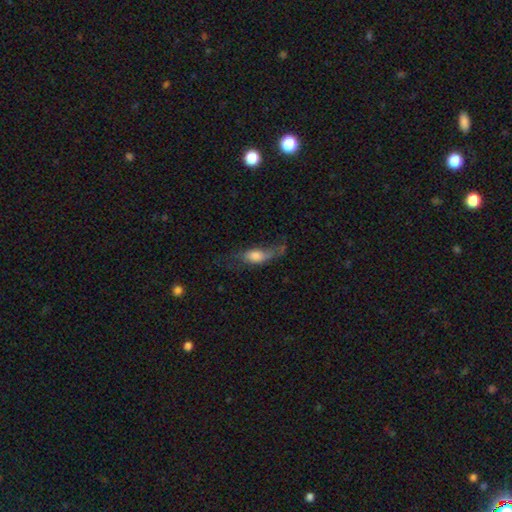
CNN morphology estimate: Q: Smooth or featured?
A: smooth (61%); runner-up: featured or disk (30%)
Q: How rounded?
A: in between (70%); runner-up: cigar-shaped (24%)
Q: Merging?
A: major disturbance (36%); runner-up: none (33%)